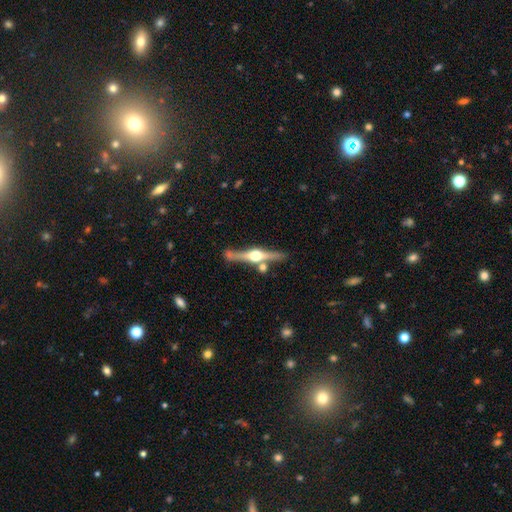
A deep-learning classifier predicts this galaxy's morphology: Smooth or featured: featured or disk — 83% (smooth — 12%)
Edge-on disk: yes — 98% (no — 2%)
Edge-on bulge: rounded — 97% (boxy — 2%)
Merging: none — 77% (minor disturbance — 10%)